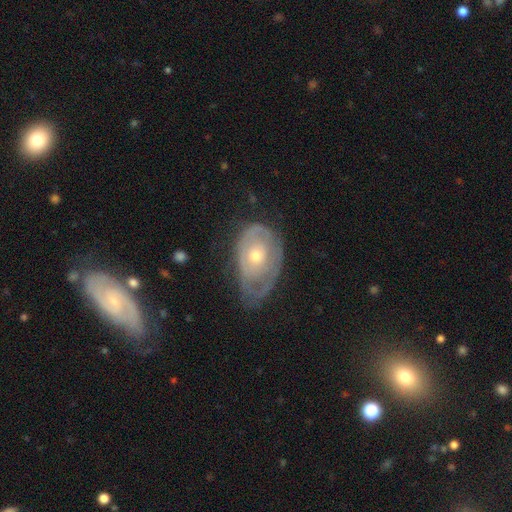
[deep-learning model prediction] Smooth or featured?
  - featured or disk: 64% *
  - smooth: 29%
  - star or artifact: 7%
Edge-on disk?
  - no: 93% *
  - yes: 7%
Bar?
  - no: 85% *
  - weak: 13%
  - strong: 2%
Spiral arms?
  - yes: 57% *
  - no: 43%
Bulge size?
  - moderate: 54% *
  - small: 42%
  - large: 3%
  - none: 1%
  - dominant: 1%
Merging?
  - none: 41% *
  - minor disturbance: 34%
  - major disturbance: 24%
  - merger: 2%